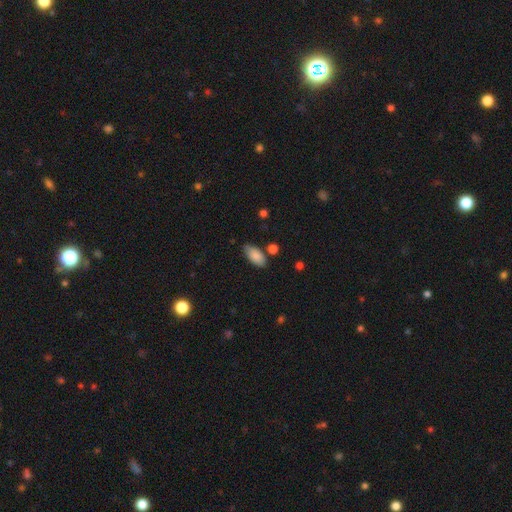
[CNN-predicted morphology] Smooth or featured? smooth (87%)
How rounded? in between (92%)
Merging? none (77%)